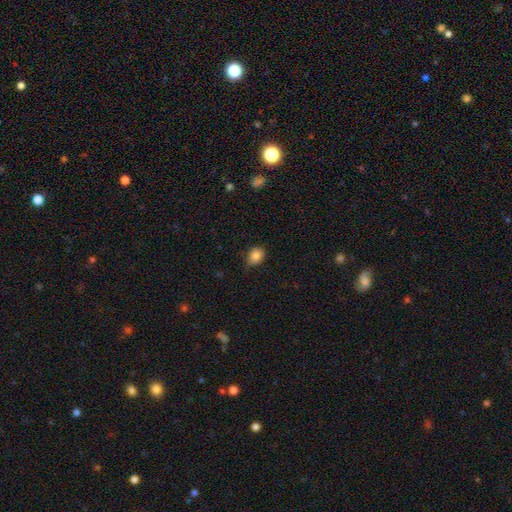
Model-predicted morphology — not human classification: Smooth or featured? Predicted: smooth (p=0.84). How rounded? Predicted: in between (p=0.51). Merging? Predicted: none (p=0.72).